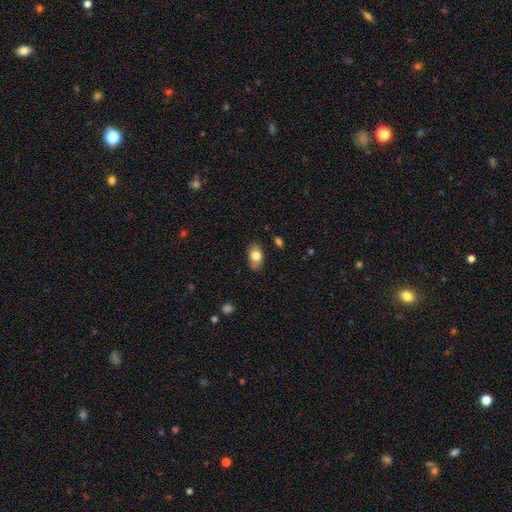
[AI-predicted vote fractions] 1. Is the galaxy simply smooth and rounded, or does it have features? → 79% smooth, 14% featured or disk, 8% star or artifact.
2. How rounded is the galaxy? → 87% in between, 12% round, 2% cigar-shaped.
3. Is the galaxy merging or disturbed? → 78% none, 17% minor disturbance, 3% major disturbance, 2% merger.